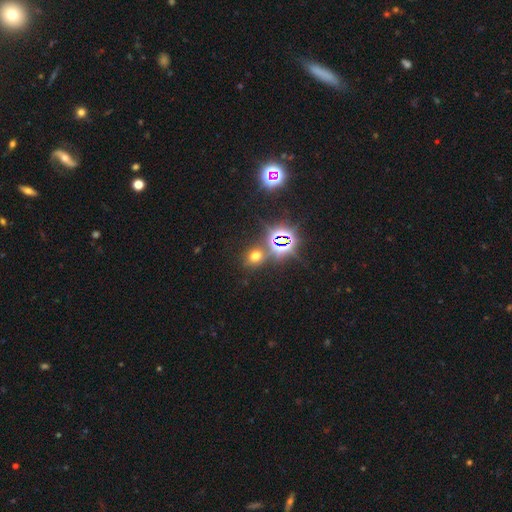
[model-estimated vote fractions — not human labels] Morphology: type=smooth (48%); merging=none (77%).